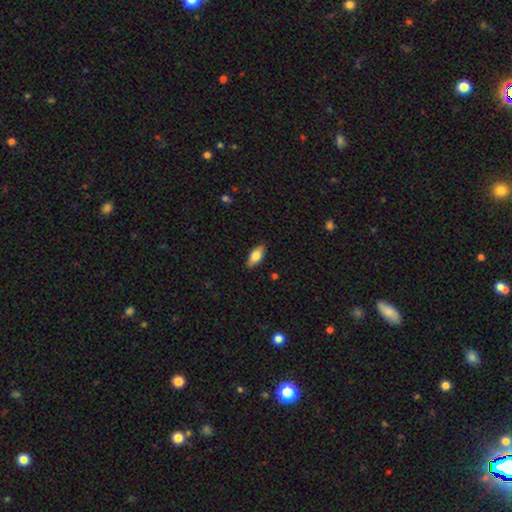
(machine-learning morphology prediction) Smooth or featured? smooth (78%)
How rounded? in between (85%)
Merging? none (87%)